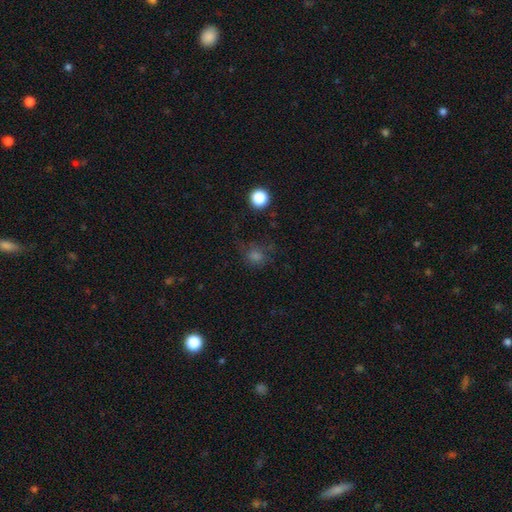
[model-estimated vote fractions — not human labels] Smooth or featured? smooth (63%)
How rounded? round (76%)
Merging? none (60%)